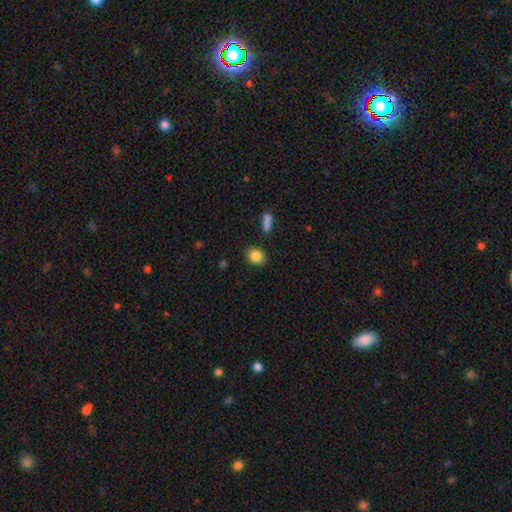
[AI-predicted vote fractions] This appears to be a smooth galaxy with no disk features (86%) that is round (74%). Merging: none (87%).